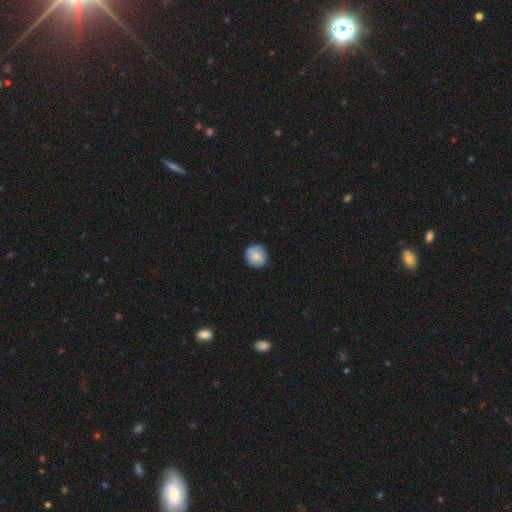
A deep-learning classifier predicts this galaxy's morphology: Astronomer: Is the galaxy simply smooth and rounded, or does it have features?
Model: smooth — 65%.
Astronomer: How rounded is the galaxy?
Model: round — 84%.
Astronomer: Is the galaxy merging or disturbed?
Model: none — 77%.